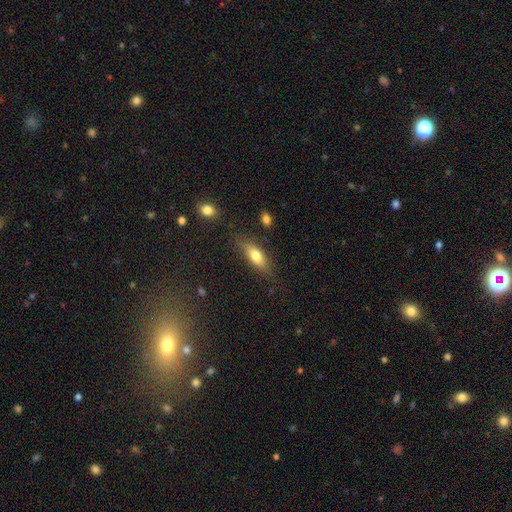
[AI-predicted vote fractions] Morphology: type=smooth (70%); roundness=in between (66%); merging=none (75%).